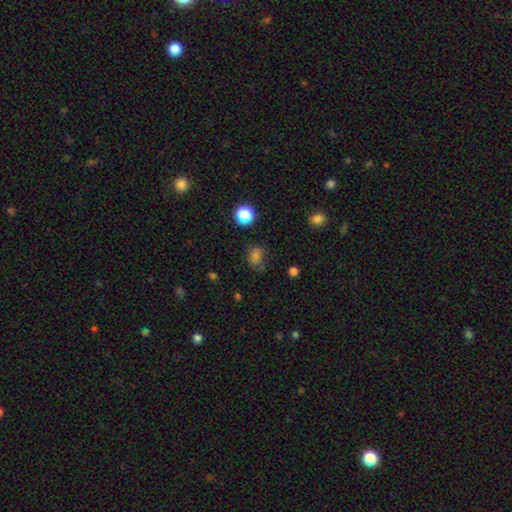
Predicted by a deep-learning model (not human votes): smooth-or-featured: smooth: 72% | star or artifact: 20% | featured or disk: 8%
  how-rounded: round: 51% | in between: 48% | cigar-shaped: 1%
  merging: none: 64% | minor disturbance: 23% | major disturbance: 9% | merger: 3%